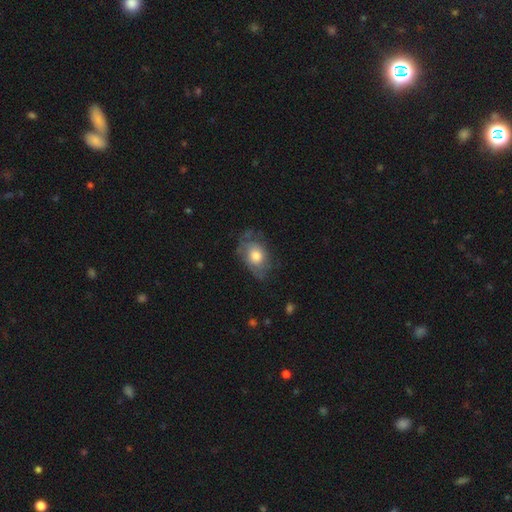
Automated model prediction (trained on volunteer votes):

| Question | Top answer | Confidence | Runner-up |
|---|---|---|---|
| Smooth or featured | smooth | 58% | featured or disk (34%) |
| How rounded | in between | 76% | round (22%) |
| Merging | none | 49% | minor disturbance (31%) |